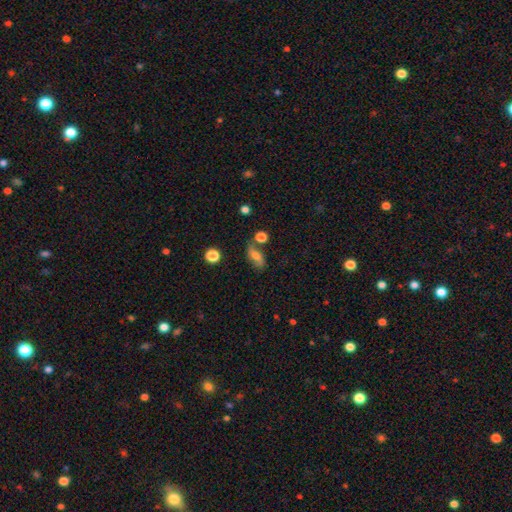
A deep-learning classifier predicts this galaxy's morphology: A smooth galaxy with no disk features (50%) that is in between round and cigar-shaped (73%).

Vote fractions:
- Smooth or featured? smooth: 50% / featured or disk: 37% / star or artifact: 13%
- How rounded? in between: 73% / round: 13% / cigar-shaped: 13%
- Merging? none: 59% / minor disturbance: 19% / merger: 13% / major disturbance: 9%